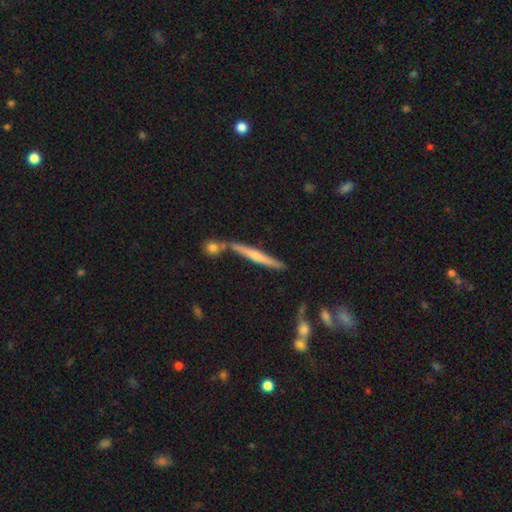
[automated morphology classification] smooth_or_featured: featured or disk (p=0.67) [alt: smooth p=0.21]
disk_edge_on: yes (p=0.94) [alt: no p=0.06]
edge_on_bulge: rounded (p=0.68) [alt: none p=0.22]
merging: none (p=0.67) [alt: merger p=0.15]